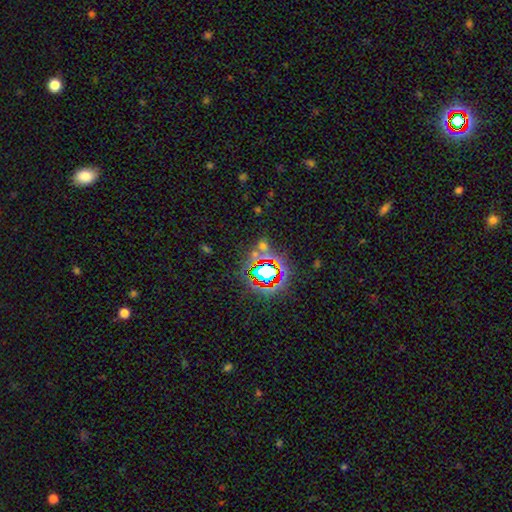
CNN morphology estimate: star or artifact 71%, smooth 18%, featured or disk 11%.